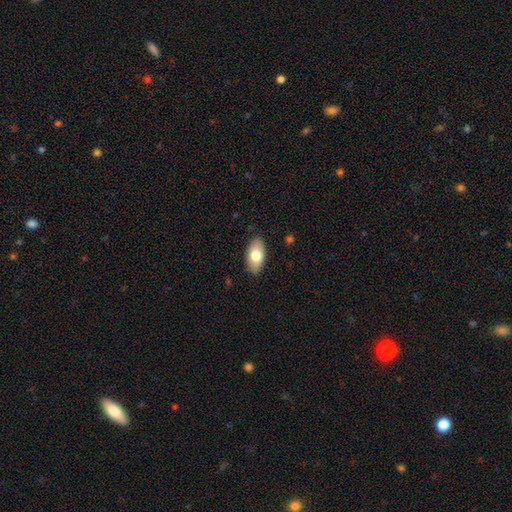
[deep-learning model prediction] A smooth galaxy with no disk features (76%) that is in between round and cigar-shaped (93%).

Vote fractions:
- Smooth or featured? smooth: 76% / featured or disk: 18% / star or artifact: 6%
- How rounded? in between: 93% / cigar-shaped: 4% / round: 3%
- Merging? none: 87% / minor disturbance: 10% / major disturbance: 2% / merger: 1%